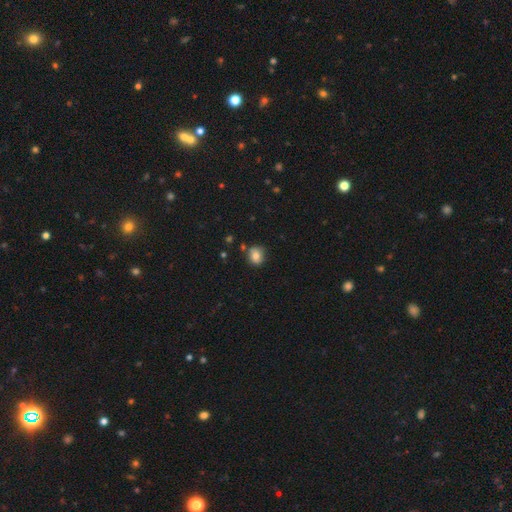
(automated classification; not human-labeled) smooth-or-featured: smooth: 79% | star or artifact: 11% | featured or disk: 10%
  how-rounded: round: 72% | in between: 27% | cigar-shaped: 1%
  merging: none: 78% | minor disturbance: 14% | merger: 5% | major disturbance: 3%